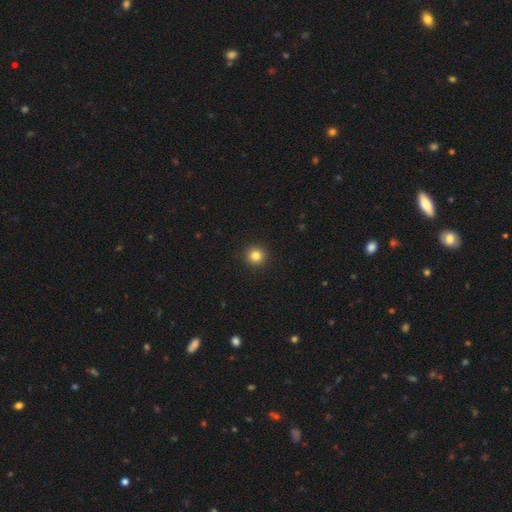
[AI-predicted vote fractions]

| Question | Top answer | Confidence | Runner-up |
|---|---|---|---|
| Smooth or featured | smooth | 83% | star or artifact (12%) |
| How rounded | round | 94% | in between (5%) |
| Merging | none | 93% | minor disturbance (4%) |